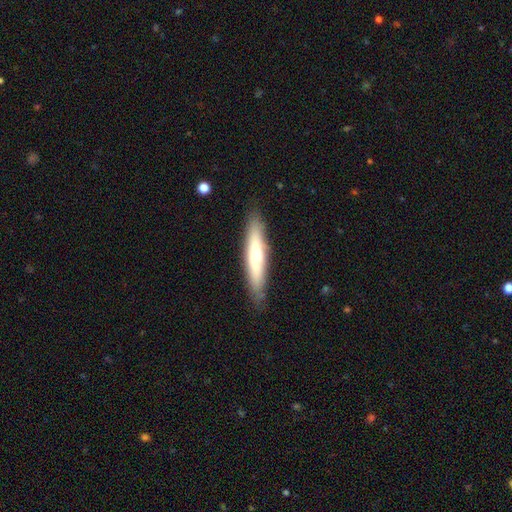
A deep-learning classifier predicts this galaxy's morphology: Smooth or featured? smooth (52%)
How rounded? cigar-shaped (82%)
Merging? none (86%)